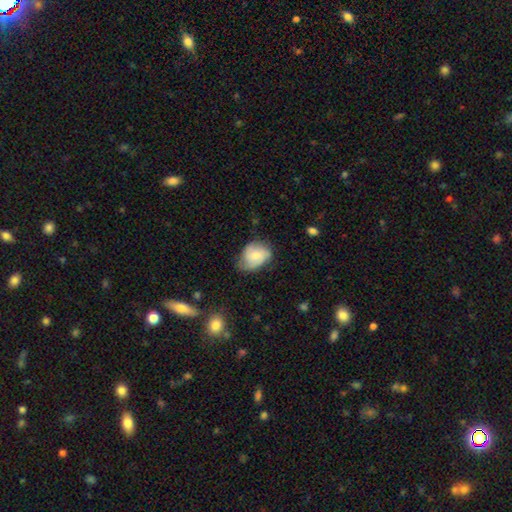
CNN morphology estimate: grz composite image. It shows a smooth galaxy with no disk features (51%) that is in between round and cigar-shaped (60%). Merging: none (57%).